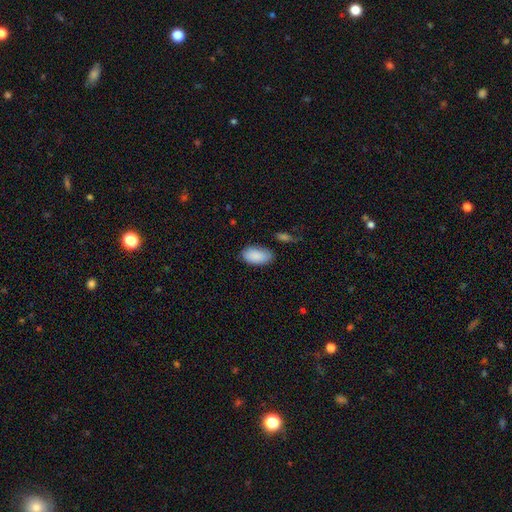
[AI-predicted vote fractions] smooth 89%, star or artifact 6%, featured or disk 5%. Down the decision tree: how rounded — in between (95%); merging — none (74%).